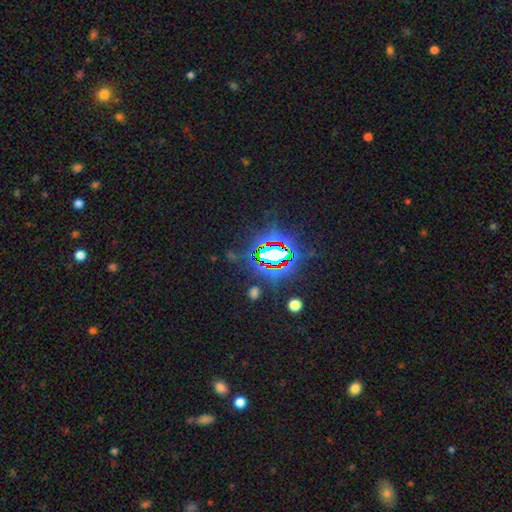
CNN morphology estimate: star or artifact 82%, smooth 10%, featured or disk 8%.